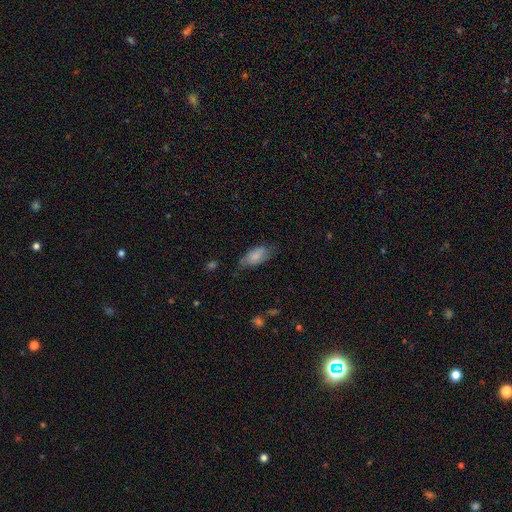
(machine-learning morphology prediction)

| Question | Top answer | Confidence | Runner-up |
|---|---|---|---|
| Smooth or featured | smooth | 72% | featured or disk (22%) |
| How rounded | in between | 90% | cigar-shaped (7%) |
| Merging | none | 59% | minor disturbance (31%) |